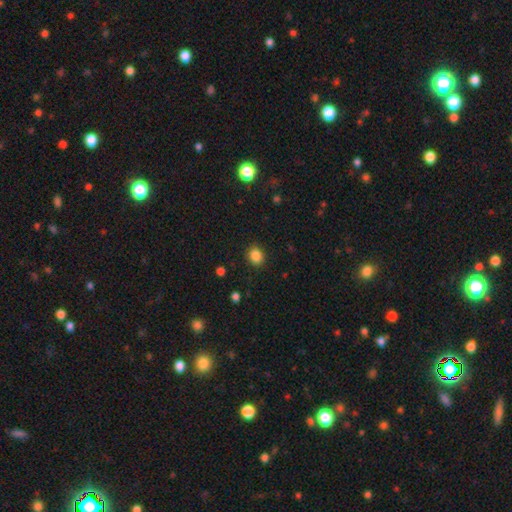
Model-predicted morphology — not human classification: type=smooth (85%); roundness=round (67%); merging=none (88%).